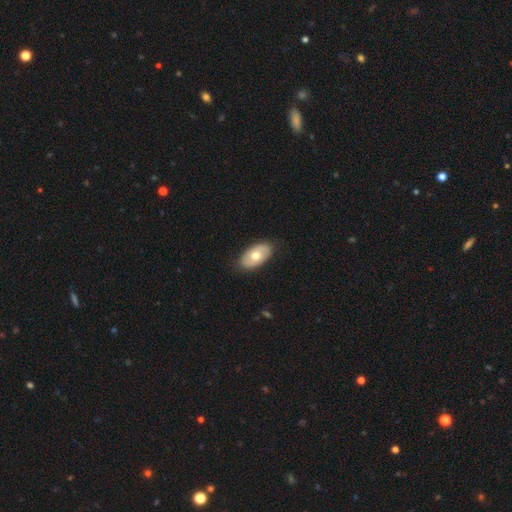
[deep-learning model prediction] Smooth or featured: smooth — 58% (featured or disk — 37%)
How rounded: in between — 94% (round — 4%)
Merging: none — 85% (minor disturbance — 12%)